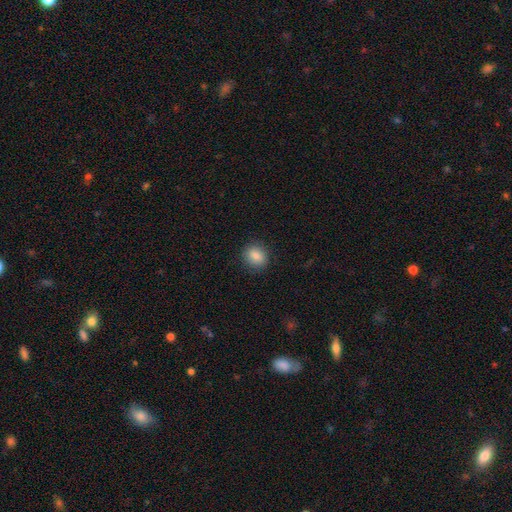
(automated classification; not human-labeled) Smooth or featured? Predicted: smooth (p=0.86). How rounded? Predicted: round (p=0.63). Merging? Predicted: none (p=0.87).